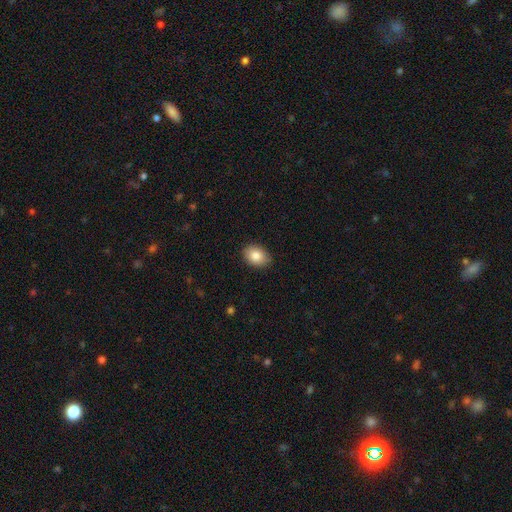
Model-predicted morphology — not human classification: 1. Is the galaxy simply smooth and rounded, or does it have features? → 85% smooth, 8% featured or disk, 8% star or artifact.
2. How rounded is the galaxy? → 79% in between, 20% round, 1% cigar-shaped.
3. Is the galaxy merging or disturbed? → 86% none, 11% minor disturbance, 2% major disturbance, 1% merger.